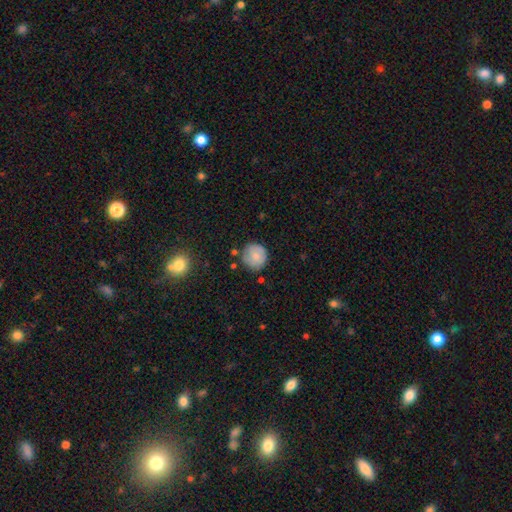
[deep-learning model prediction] Q: Smooth or featured?
A: smooth (77%); runner-up: featured or disk (16%)
Q: How rounded?
A: round (93%); runner-up: in between (6%)
Q: Merging?
A: none (77%); runner-up: minor disturbance (16%)